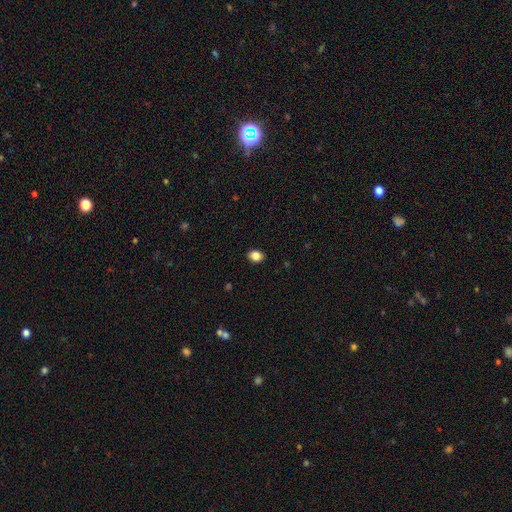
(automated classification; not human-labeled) Smooth or featured: smooth — 86% (star or artifact — 9%)
How rounded: in between — 61% (round — 38%)
Merging: none — 90% (minor disturbance — 8%)